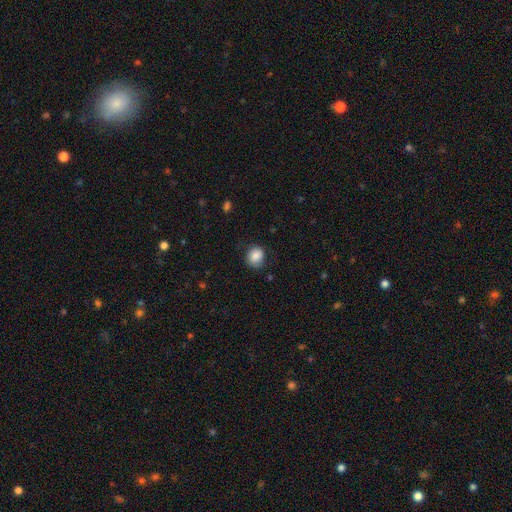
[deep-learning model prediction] This appears to be a smooth galaxy with no disk features (86%) that is round (68%). Merging: none (73%).